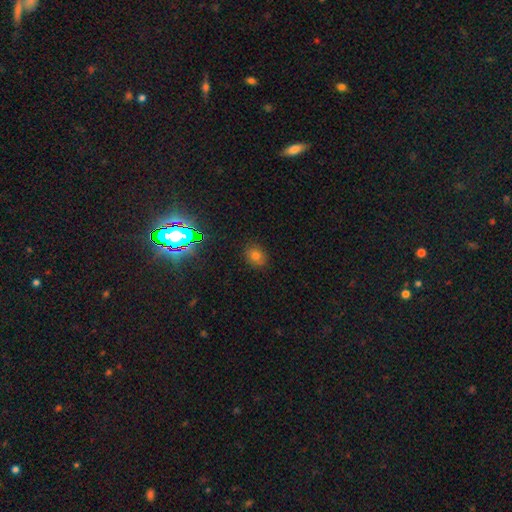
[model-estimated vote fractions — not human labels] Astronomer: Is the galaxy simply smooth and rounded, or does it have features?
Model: smooth — 69%.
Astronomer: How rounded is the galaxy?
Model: round — 54% (runner-up: in between, 45%).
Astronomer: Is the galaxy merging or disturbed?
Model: none — 86%.